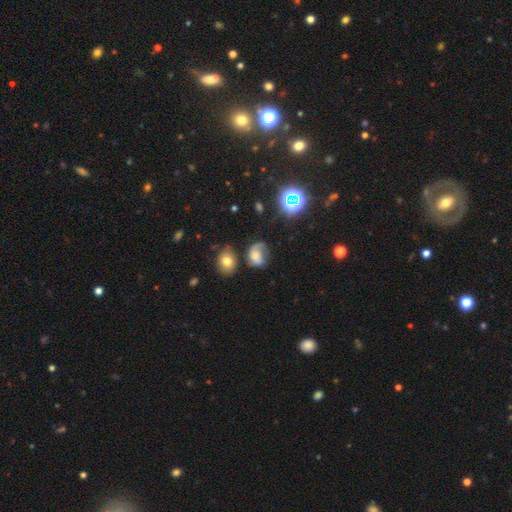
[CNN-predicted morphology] smooth-or-featured: smooth: 50% | featured or disk: 34% | star or artifact: 16%
  merging: none: 35% | minor disturbance: 28% | major disturbance: 28% | merger: 8%